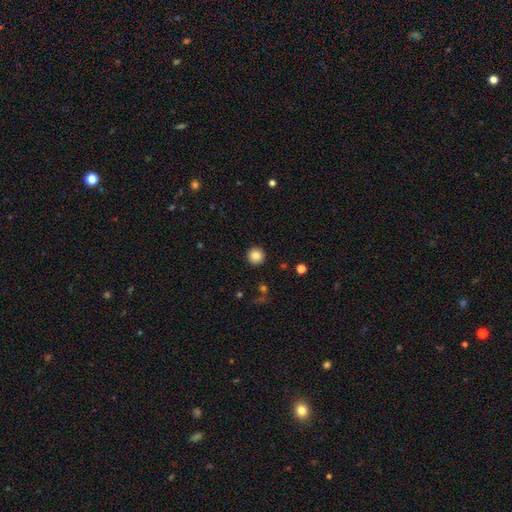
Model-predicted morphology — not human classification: A smooth galaxy with no disk features (85%) that is round (96%).

Vote fractions:
- Smooth or featured? smooth: 85% / star or artifact: 10% / featured or disk: 5%
- How rounded? round: 96% / in between: 3% / cigar-shaped: 1%
- Merging? none: 92% / minor disturbance: 5% / major disturbance: 2% / merger: 1%